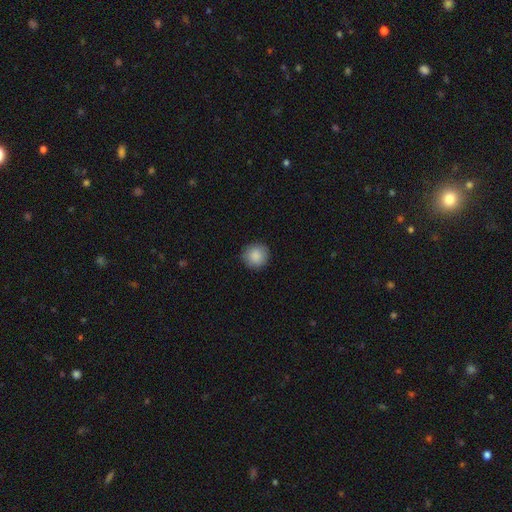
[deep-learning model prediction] Overall: smooth (88%). How rounded: round (94%). Merging: none (89%).